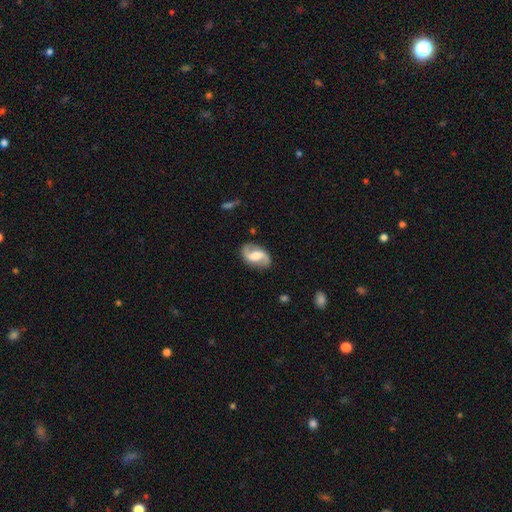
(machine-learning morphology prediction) Overall: featured or disk (83%). Edge-on disk: no (97%). Bar: weak (47%; no 31%). Spiral arms: yes (95%). Spiral arm count: 2 (93%). Spiral winding: loose (54%; medium 37%). Bulge size: moderate (53%; large 20%). Merging: none (83%).